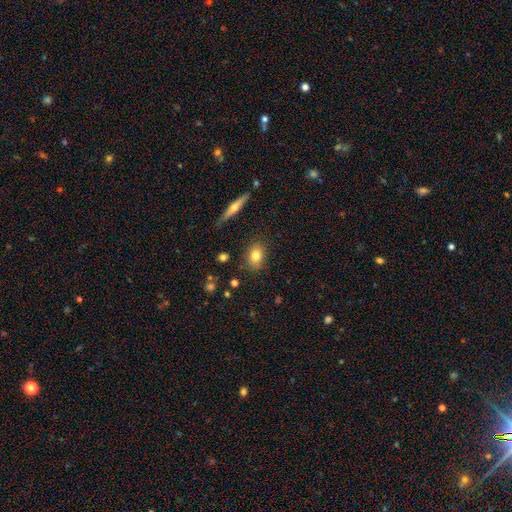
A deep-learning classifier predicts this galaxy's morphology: Overall: smooth (77%). How rounded: in between (67%; round 30%). Merging: none (82%).